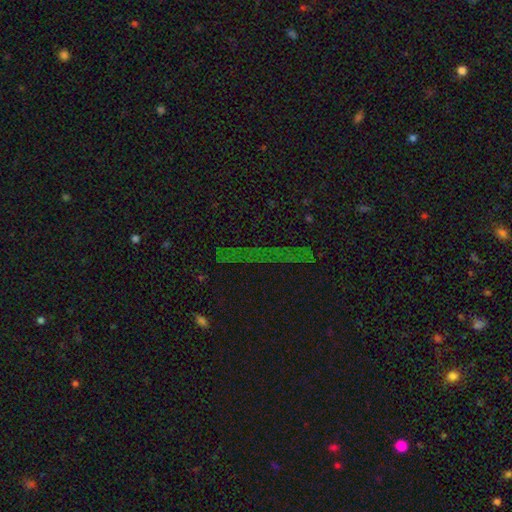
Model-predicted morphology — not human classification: smooth_or_featured: star or artifact (p=0.73) [alt: smooth p=0.14]